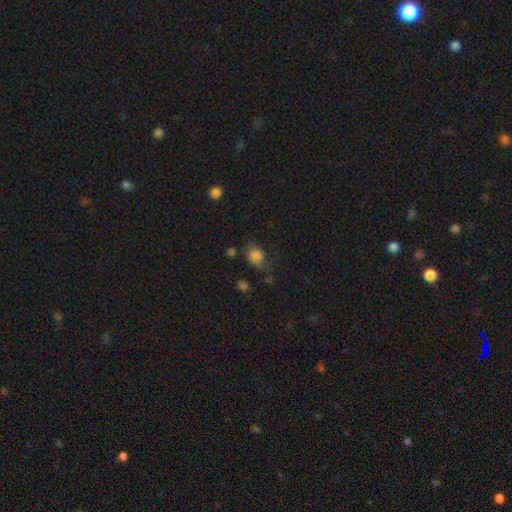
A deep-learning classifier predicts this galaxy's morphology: This appears to be a smooth galaxy with no disk features (78%) that is round (63%). Merging: none (50%).